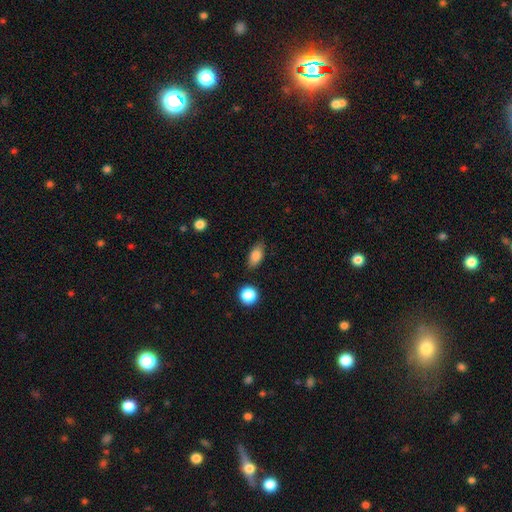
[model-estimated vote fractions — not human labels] Smooth or featured: smooth — 83% (featured or disk — 9%)
How rounded: in between — 84% (round — 9%)
Merging: none — 80% (minor disturbance — 14%)